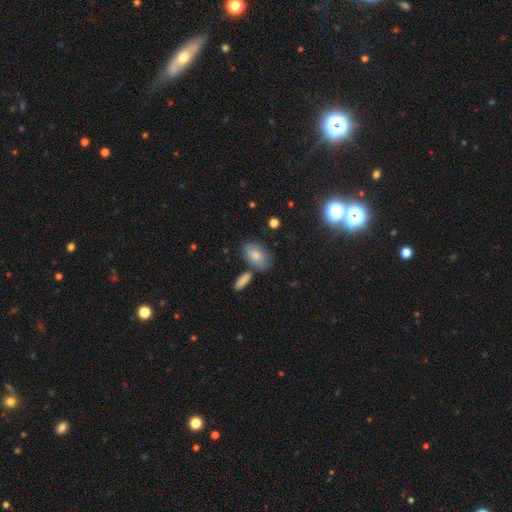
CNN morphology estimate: A smooth galaxy with no disk features (78%) that is in between round and cigar-shaped (89%). Merging: none (65%).